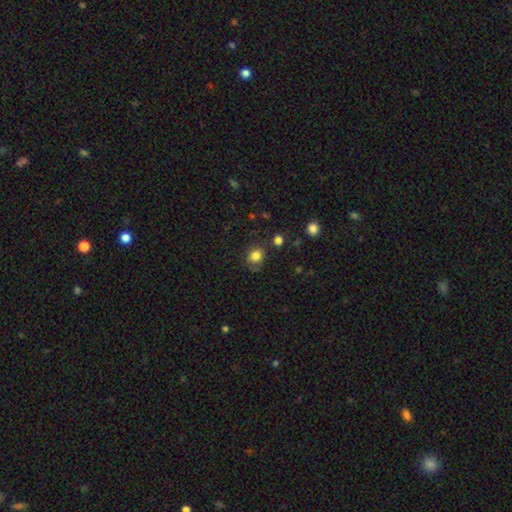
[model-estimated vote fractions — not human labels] This is clearly a smooth galaxy (82%). How rounded: likely round (68%). Merging: likely none (72%).